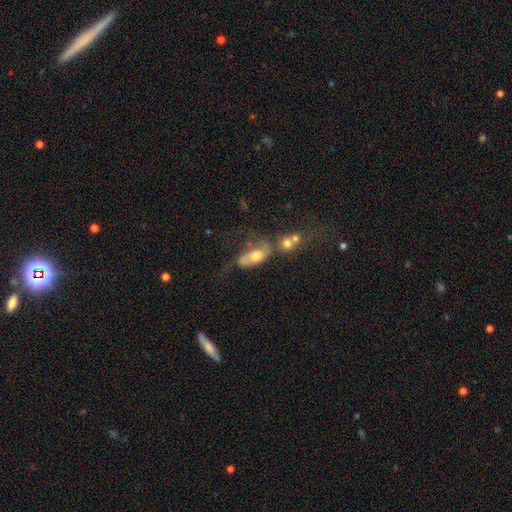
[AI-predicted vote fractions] The model was most divided on "smooth or featured": smooth: 46%, featured or disk: 44%, star or artifact: 9%. Remaining: merging — merger (30%).